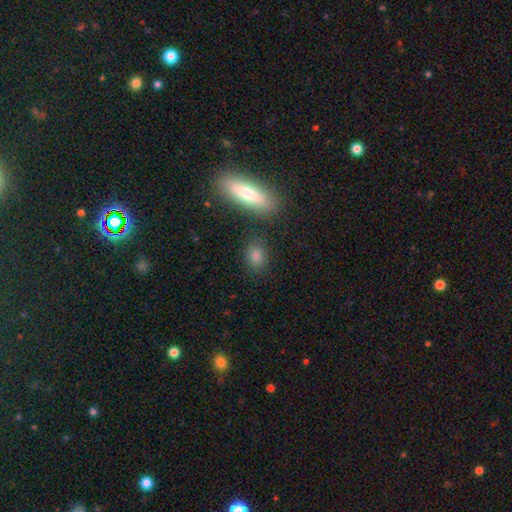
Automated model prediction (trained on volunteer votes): smooth 81%, star or artifact 10%, featured or disk 9%. Down the decision tree: how rounded — in between (58%); merging — none (83%).